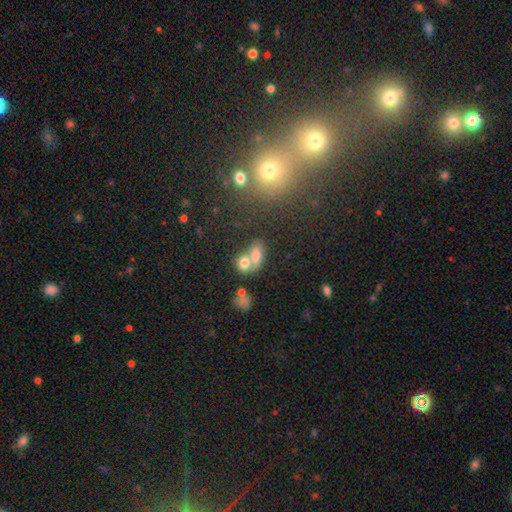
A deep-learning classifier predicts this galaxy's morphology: A smooth galaxy with no disk features (72%) that is in between round and cigar-shaped (71%).

Vote fractions:
- Smooth or featured? smooth: 72% / featured or disk: 15% / star or artifact: 14%
- How rounded? in between: 71% / round: 25% / cigar-shaped: 4%
- Merging? merger: 59% / none: 29% / minor disturbance: 8% / major disturbance: 5%